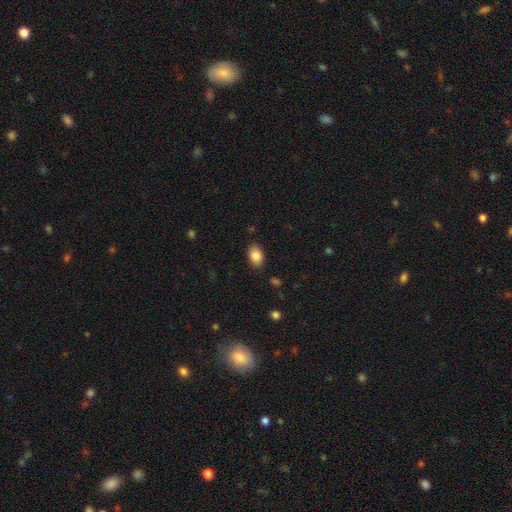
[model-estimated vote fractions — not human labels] Overall: smooth (86%). How rounded: in between (86%). Merging: none (86%).